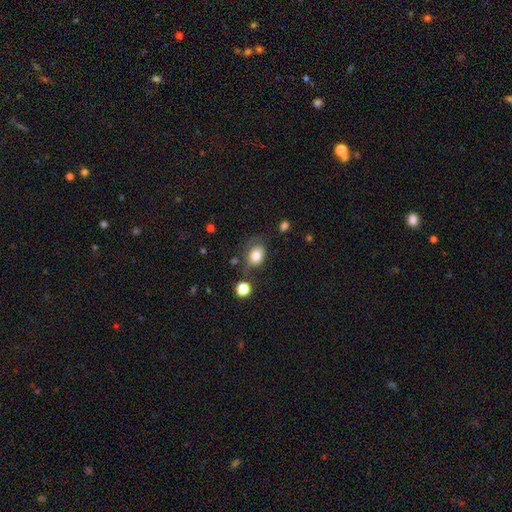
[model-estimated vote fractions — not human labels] Smooth or featured? smooth (78%)
How rounded? in between (64%)
Merging? none (51%)